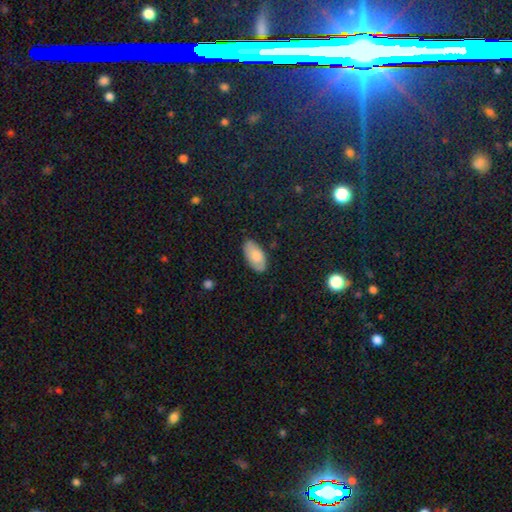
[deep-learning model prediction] Q: Smooth or featured?
A: smooth (77%); runner-up: featured or disk (17%)
Q: How rounded?
A: in between (95%); runner-up: round (2%)
Q: Merging?
A: none (81%); runner-up: minor disturbance (15%)